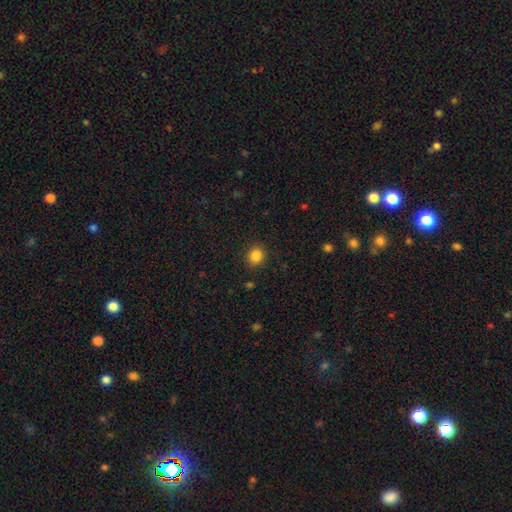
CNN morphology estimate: Smooth or featured?
  - smooth: 85% *
  - star or artifact: 11%
  - featured or disk: 4%
How rounded?
  - round: 83% *
  - in between: 16%
  - cigar-shaped: 1%
Merging?
  - none: 90% *
  - minor disturbance: 7%
  - major disturbance: 2%
  - merger: 1%